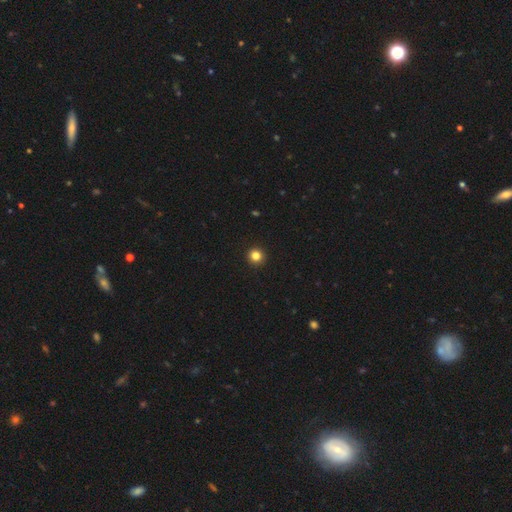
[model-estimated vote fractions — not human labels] smooth_or_featured: smooth (p=0.83) [alt: star or artifact p=0.13]
how_rounded: round (p=0.95) [alt: in between p=0.05]
merging: none (p=0.94) [alt: minor disturbance p=0.04]